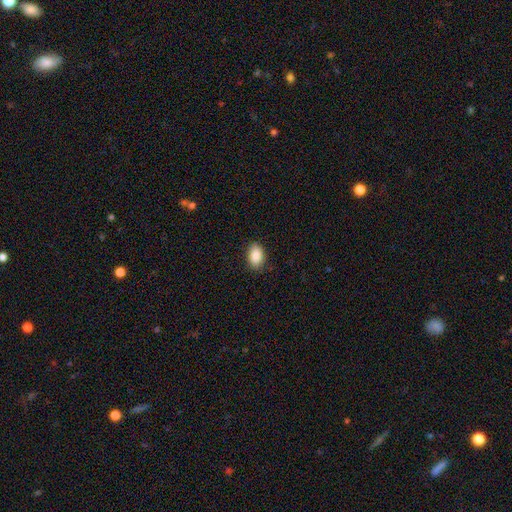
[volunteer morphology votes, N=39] smooth 92%, star or artifact 5%, featured or disk 3%. Down the decision tree: how rounded — in between (94%); merging — none (89%).